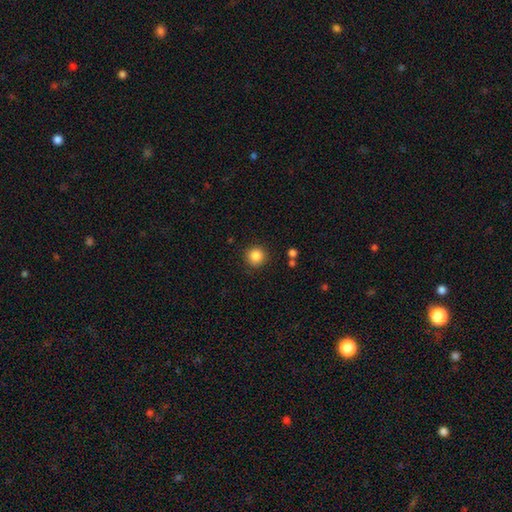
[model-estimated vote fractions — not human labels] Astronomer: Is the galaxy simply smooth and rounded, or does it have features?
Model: smooth — 86%.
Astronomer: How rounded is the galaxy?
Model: round — 94%.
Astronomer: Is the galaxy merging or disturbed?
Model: none — 89%.